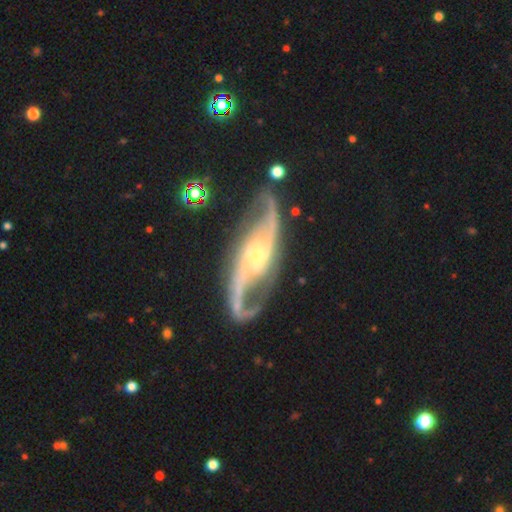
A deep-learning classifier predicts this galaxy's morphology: smooth_or_featured: featured or disk (p=0.92) [alt: star or artifact p=0.05]
disk_edge_on: no (p=0.94) [alt: yes p=0.06]
bar: weak (p=0.44) [alt: no p=0.28]
has_spiral_arms: yes (p=0.98) [alt: no p=0.02]
spiral_winding: medium (p=0.45) [alt: loose p=0.44]
spiral_arm_count: 2 (p=0.94) [alt: can't tell p=0.02]
bulge_size: moderate (p=0.45) [alt: small p=0.36]
merging: none (p=0.78) [alt: minor disturbance p=0.14]